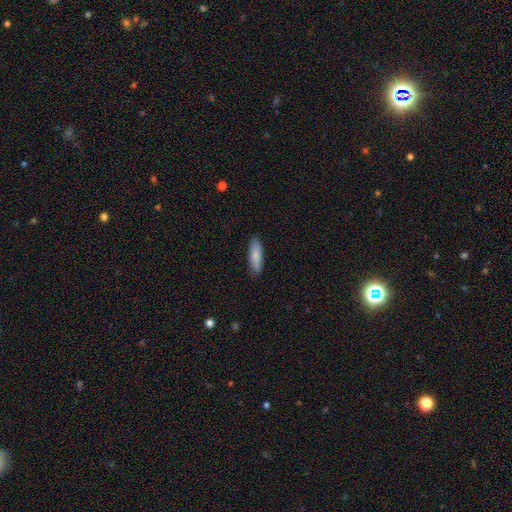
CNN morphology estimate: A smooth galaxy with no disk features (82%) that is cigar-shaped (49%, tied with in between). Merging: none (84%).